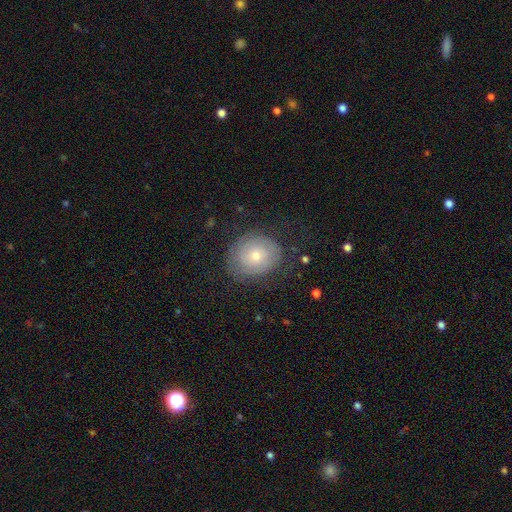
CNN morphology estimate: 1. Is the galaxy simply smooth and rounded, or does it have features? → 48% smooth, 43% featured or disk, 9% star or artifact.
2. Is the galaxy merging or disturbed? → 73% none, 17% minor disturbance, 9% major disturbance, 1% merger.